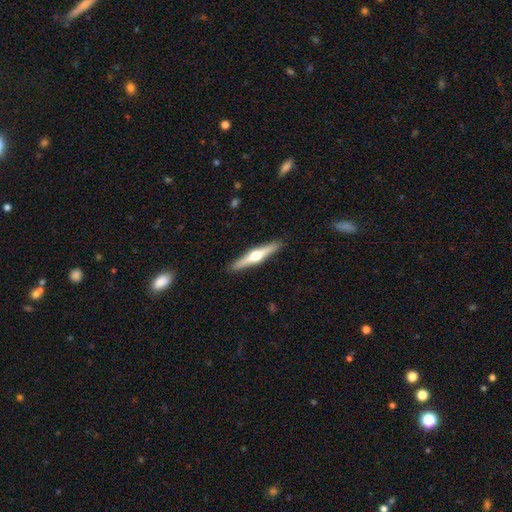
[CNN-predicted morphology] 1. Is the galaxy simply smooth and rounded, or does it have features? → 68% featured or disk, 27% smooth, 5% star or artifact.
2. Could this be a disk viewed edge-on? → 97% yes, 3% no.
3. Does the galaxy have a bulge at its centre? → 95% rounded, 2% boxy, 2% none.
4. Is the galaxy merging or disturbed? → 91% none, 6% minor disturbance, 1% major disturbance, 1% merger.